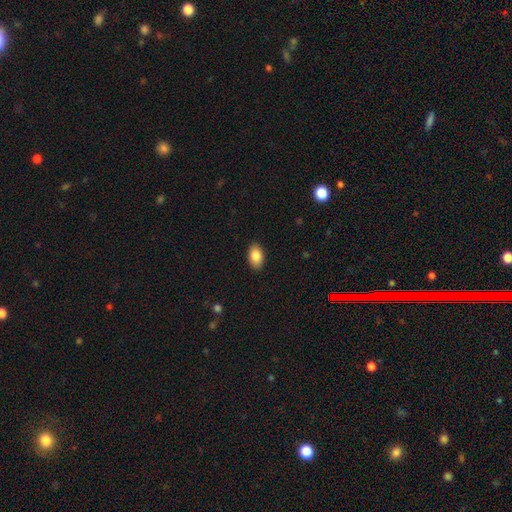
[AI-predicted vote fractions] Morphology: type=smooth (85%); roundness=in between (92%); merging=none (89%).